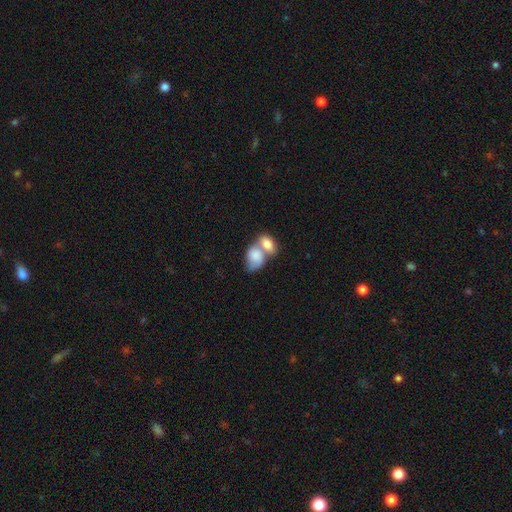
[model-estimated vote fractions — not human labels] Morphology: type=smooth (75%); roundness=in between (84%); merging=merger (75%).